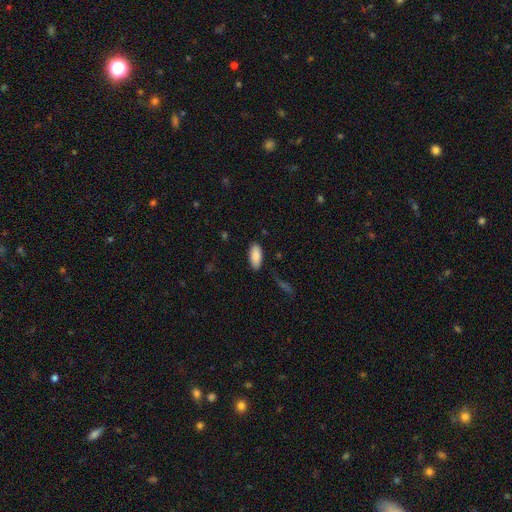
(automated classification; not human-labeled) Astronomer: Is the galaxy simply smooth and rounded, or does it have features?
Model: smooth — 89%.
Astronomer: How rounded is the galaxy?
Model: in between — 91%.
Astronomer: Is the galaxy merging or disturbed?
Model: none — 84%.